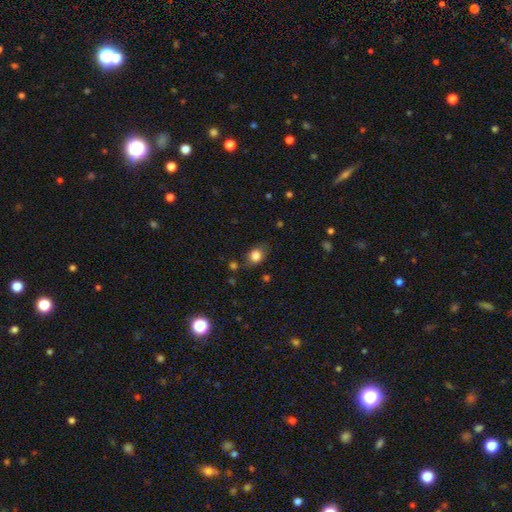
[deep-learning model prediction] This appears to be a smooth galaxy with no disk features (81%) that is in between round and cigar-shaped (50%). Merging: none (71%).